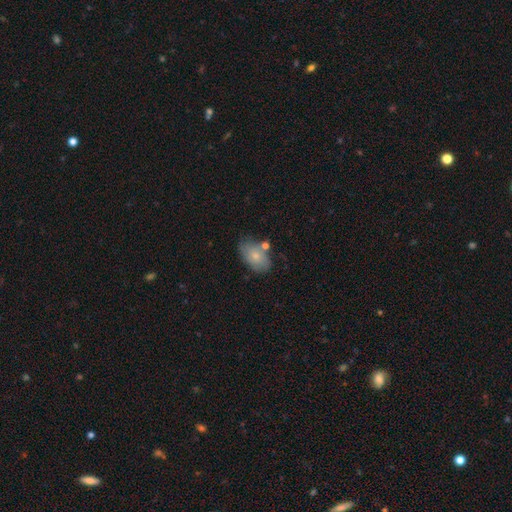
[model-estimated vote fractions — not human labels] Smooth or featured? smooth (70%)
How rounded? in between (87%)
Merging? none (58%)